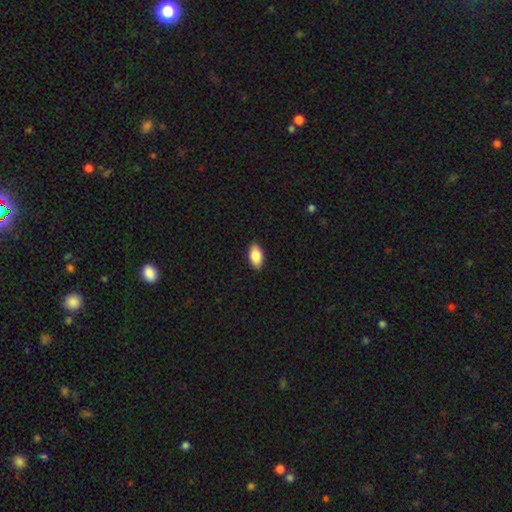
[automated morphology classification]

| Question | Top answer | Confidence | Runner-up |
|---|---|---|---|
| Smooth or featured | smooth | 86% | featured or disk (8%) |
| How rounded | in between | 94% | round (3%) |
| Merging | none | 89% | minor disturbance (8%) |